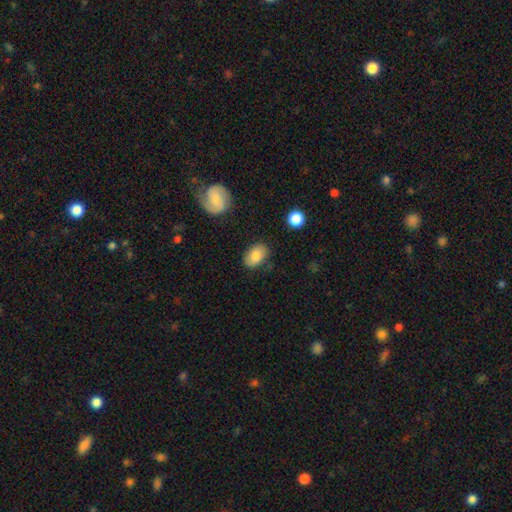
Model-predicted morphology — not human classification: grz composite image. It shows a smooth galaxy with no disk features (82%) that is in between round and cigar-shaped (88%). Merging: none (80%).